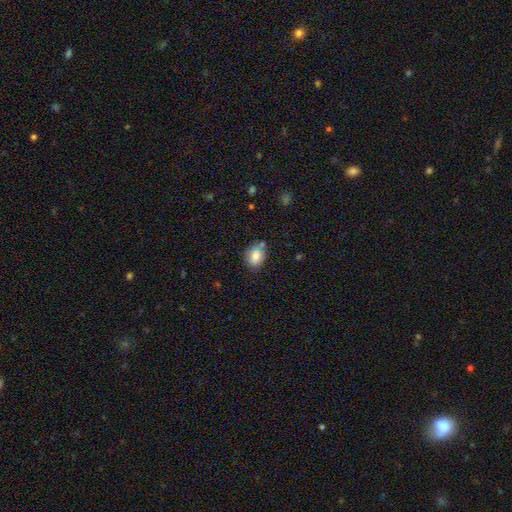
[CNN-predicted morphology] Q: Smooth or featured?
A: smooth (82%); runner-up: featured or disk (9%)
Q: How rounded?
A: in between (60%); runner-up: round (39%)
Q: Merging?
A: none (65%); runner-up: minor disturbance (21%)